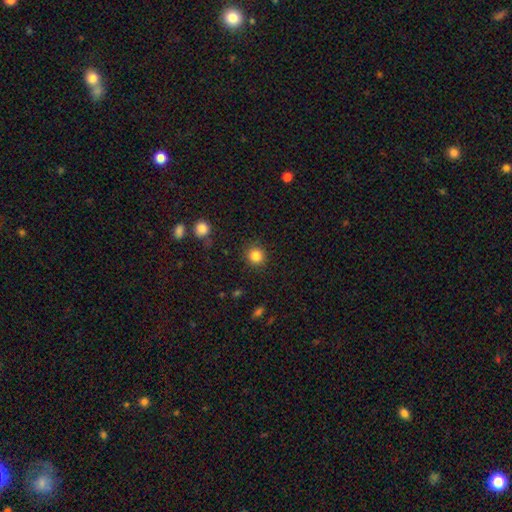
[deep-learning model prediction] The model was most divided on "smooth or featured": smooth: 85%, star or artifact: 11%, featured or disk: 4%. More confident: how rounded — round (93%); merging — none (90%).